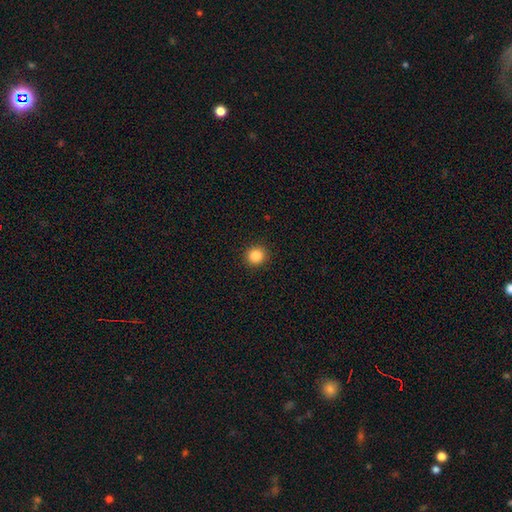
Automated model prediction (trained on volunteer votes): Smooth or featured?
  - smooth: 86% *
  - star or artifact: 10%
  - featured or disk: 3%
How rounded?
  - round: 91% *
  - in between: 8%
  - cigar-shaped: 1%
Merging?
  - none: 92% *
  - minor disturbance: 5%
  - major disturbance: 2%
  - merger: 1%